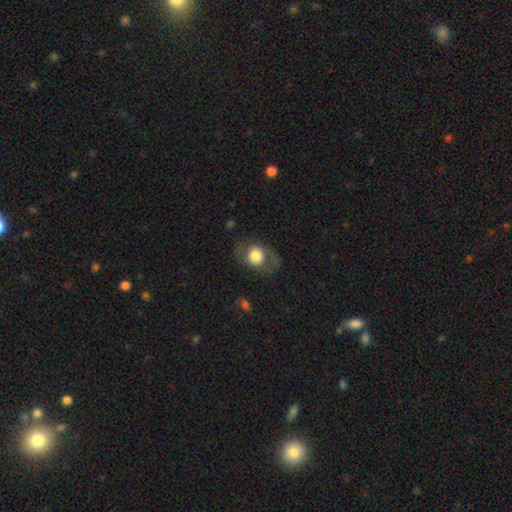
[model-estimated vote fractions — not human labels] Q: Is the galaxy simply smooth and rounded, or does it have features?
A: smooth — 61%.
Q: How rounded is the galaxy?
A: round — 51%.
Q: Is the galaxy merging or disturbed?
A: none — 70%.